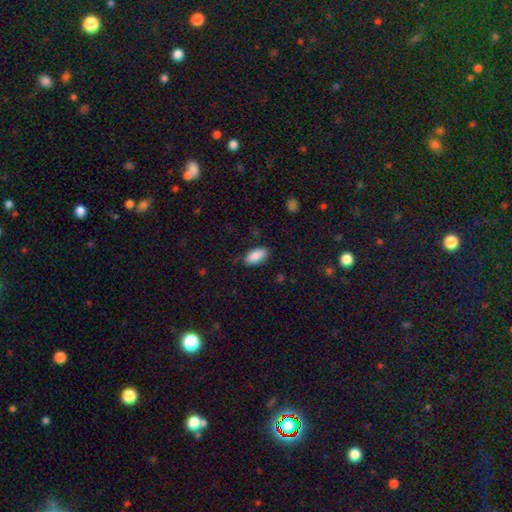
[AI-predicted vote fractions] This is clearly a smooth galaxy (89%). How rounded: clearly in between (92%). Merging: likely none (80%).